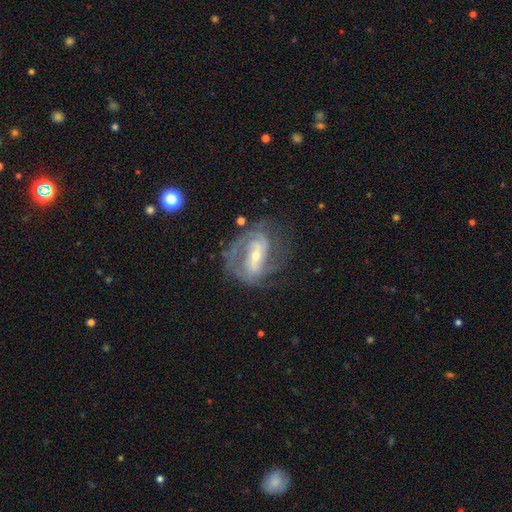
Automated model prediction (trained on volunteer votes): A featured or disk galaxy (84%) with a strong bar (44%), 2 (54%) medium (44%) spiral arms (91%) and a small central bulge (61%).

Vote fractions:
- Smooth or featured? featured or disk: 84% / smooth: 10% / star or artifact: 6%
- Edge-on disk? no: 96% / yes: 4%
- Bar? strong: 44% / weak: 35% / no: 20%
- Spiral arms? yes: 91% / no: 9%
- Spiral winding? medium: 44% / tight: 40% / loose: 16%
- Spiral arm count? 2: 54% / can't tell: 21% / 3: 13% / 1: 6% / 4: 3% / more than 4: 3%
- Bulge size? small: 61% / moderate: 34% / large: 2% / none: 1% / dominant: 1%
- Merging? none: 60% / minor disturbance: 20% / major disturbance: 18% / merger: 2%